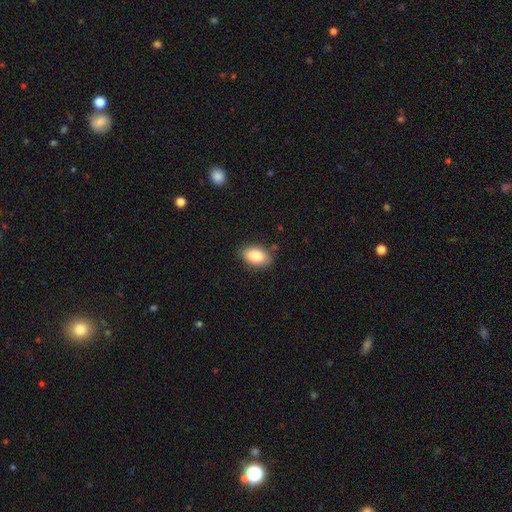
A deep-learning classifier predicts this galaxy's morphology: smooth-or-featured: smooth: 84% | featured or disk: 8% | star or artifact: 7%
  how-rounded: in between: 90% | round: 8% | cigar-shaped: 2%
  merging: none: 84% | minor disturbance: 12% | major disturbance: 3% | merger: 1%